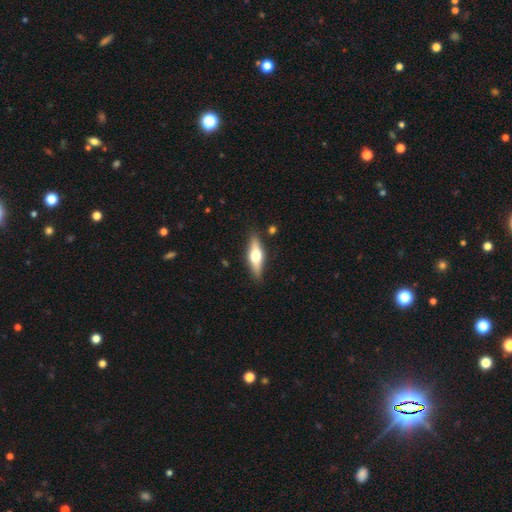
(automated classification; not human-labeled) Smooth or featured? Predicted: featured or disk (p=0.55). Edge-on disk? Predicted: yes (p=0.92). Edge-on bulge? Predicted: rounded (p=0.95). Merging? Predicted: none (p=0.86).